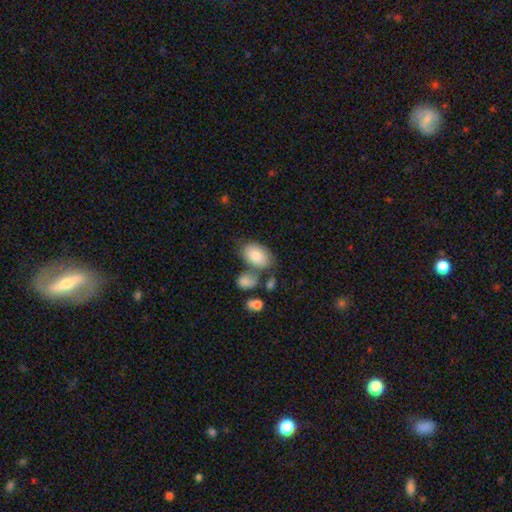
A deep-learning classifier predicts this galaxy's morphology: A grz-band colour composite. It shows a smooth galaxy with no disk features (81%) that is in between round and cigar-shaped (91%). Merging: none (53%).